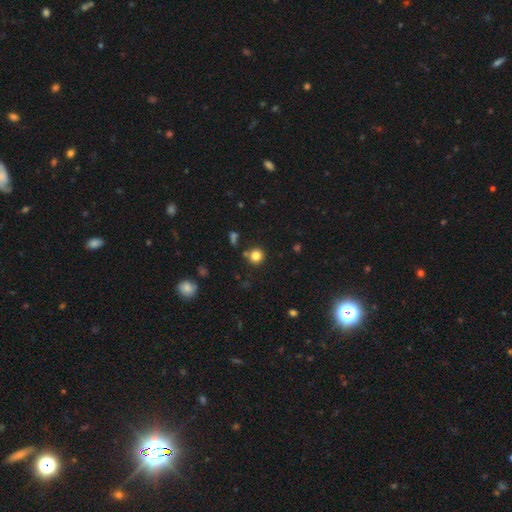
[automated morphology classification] The model was most divided on "smooth or featured": smooth: 82%, star or artifact: 12%, featured or disk: 5%. More confident: how rounded — round (92%); merging — none (81%).